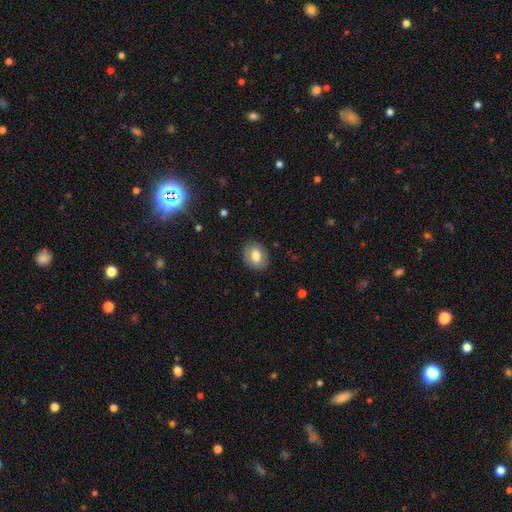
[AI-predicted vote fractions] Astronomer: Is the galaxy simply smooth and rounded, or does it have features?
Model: smooth — 76%.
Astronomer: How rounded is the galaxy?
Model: in between — 54% (runner-up: round, 46%).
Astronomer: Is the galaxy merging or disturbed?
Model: none — 87%.